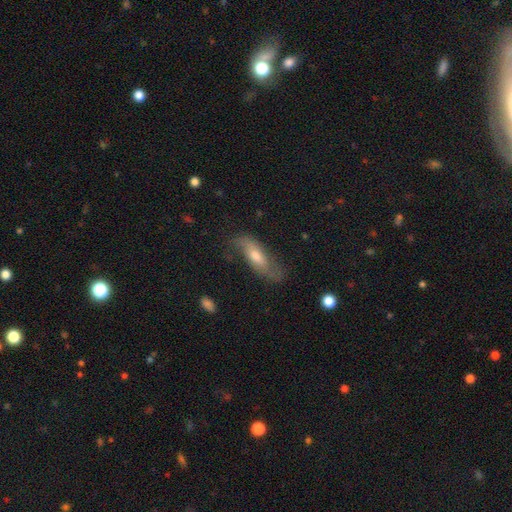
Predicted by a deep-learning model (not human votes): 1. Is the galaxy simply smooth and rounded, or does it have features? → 59% featured or disk, 34% smooth, 7% star or artifact.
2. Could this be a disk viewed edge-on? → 75% no, 25% yes.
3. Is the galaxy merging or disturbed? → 64% none, 23% minor disturbance, 11% major disturbance, 2% merger.